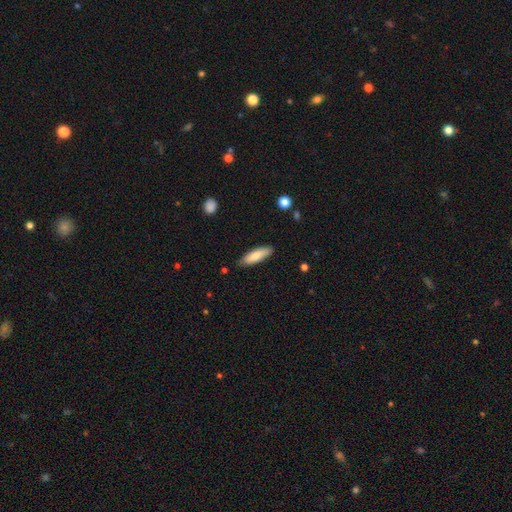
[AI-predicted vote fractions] This is clearly a smooth galaxy (82%). How rounded: possibly cigar-shaped (59%). Merging: clearly none (85%).